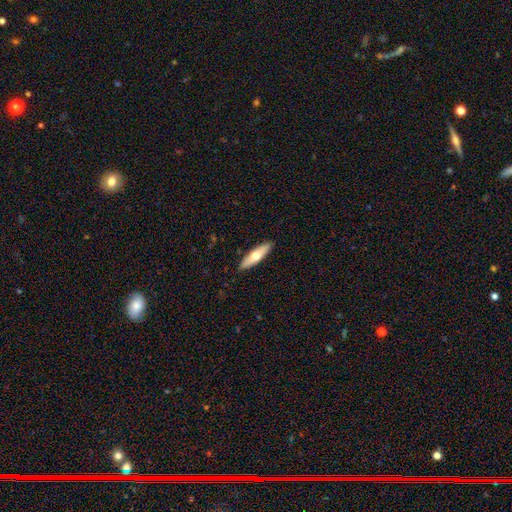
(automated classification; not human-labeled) smooth-or-featured: smooth: 60% | featured or disk: 35% | star or artifact: 5%
  how-rounded: cigar-shaped: 63% | in between: 35% | round: 2%
  merging: none: 90% | minor disturbance: 8% | major disturbance: 2% | merger: 1%